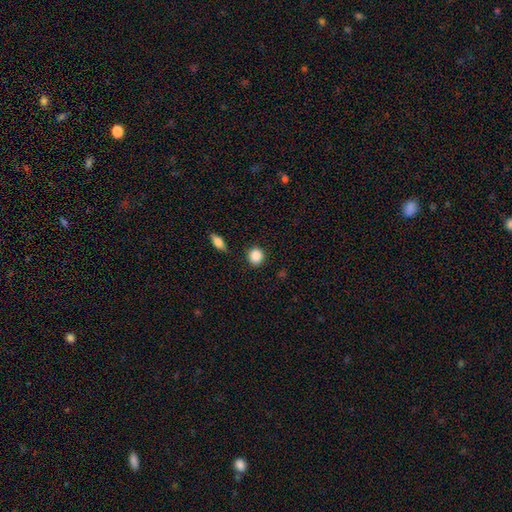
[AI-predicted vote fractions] Smooth or featured? smooth (88%)
How rounded? round (88%)
Merging? none (87%)